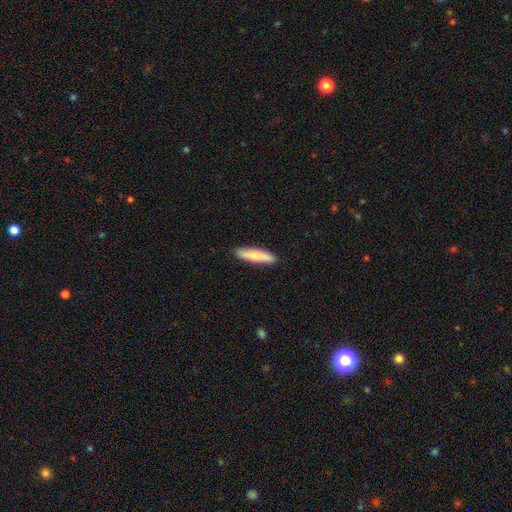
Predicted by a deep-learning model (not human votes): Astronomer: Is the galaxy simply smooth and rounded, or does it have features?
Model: smooth — 74%.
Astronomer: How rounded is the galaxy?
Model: cigar-shaped — 81%.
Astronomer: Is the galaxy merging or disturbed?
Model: none — 89%.